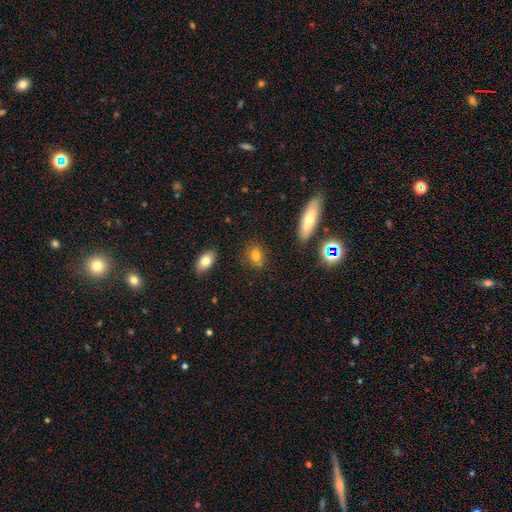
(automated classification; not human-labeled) A smooth galaxy with no disk features (78%) that is in between round and cigar-shaped (52%). Merging: none (74%).